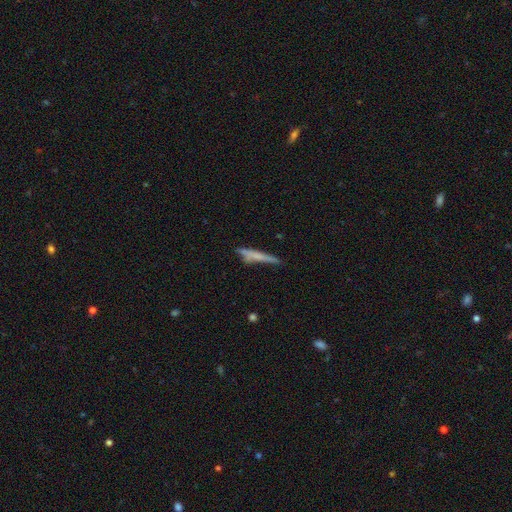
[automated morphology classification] The model was most divided on "smooth or featured": smooth: 53%, featured or disk: 39%, star or artifact: 8%. More confident: how rounded — cigar-shaped (93%); merging — none (65%).